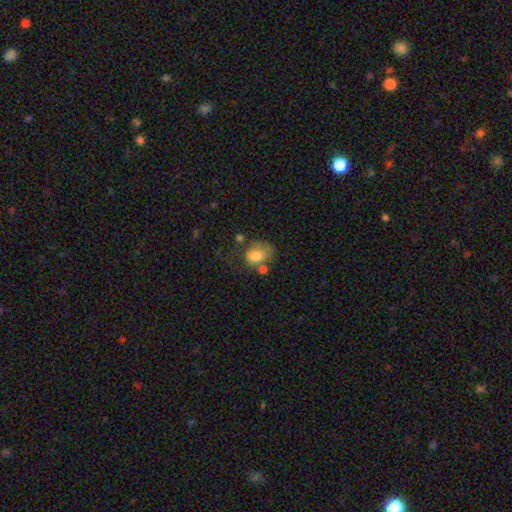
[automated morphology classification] Smooth or featured?
  - smooth: 75% *
  - featured or disk: 16%
  - star or artifact: 9%
How rounded?
  - in between: 68% *
  - round: 31%
  - cigar-shaped: 1%
Merging?
  - none: 34% *
  - minor disturbance: 26%
  - major disturbance: 21%
  - merger: 19%